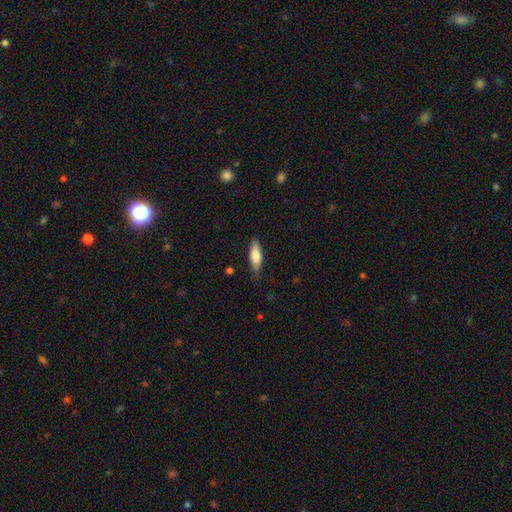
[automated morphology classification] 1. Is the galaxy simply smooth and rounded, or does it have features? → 79% smooth, 15% featured or disk, 6% star or artifact.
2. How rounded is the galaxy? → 56% in between, 42% cigar-shaped, 2% round.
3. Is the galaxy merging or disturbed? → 78% none, 18% minor disturbance, 3% major disturbance, 1% merger.